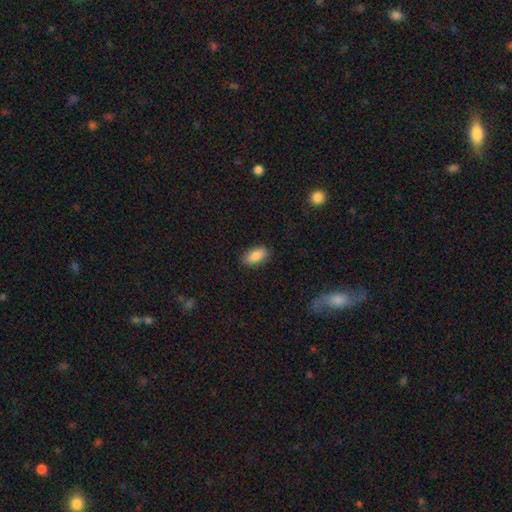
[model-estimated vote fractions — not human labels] This appears to be a smooth galaxy with no disk features (86%) that is in between round and cigar-shaped (90%). Merging: none (86%).